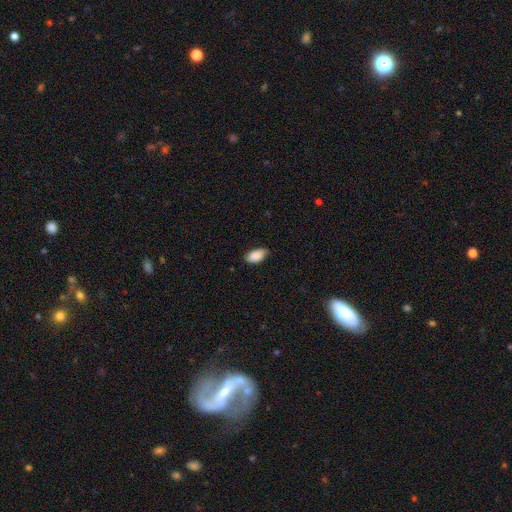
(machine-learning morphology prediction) smooth_or_featured: smooth (p=0.88) [alt: star or artifact p=0.07]
how_rounded: in between (p=0.94) [alt: round p=0.04]
merging: none (p=0.76) [alt: minor disturbance p=0.20]